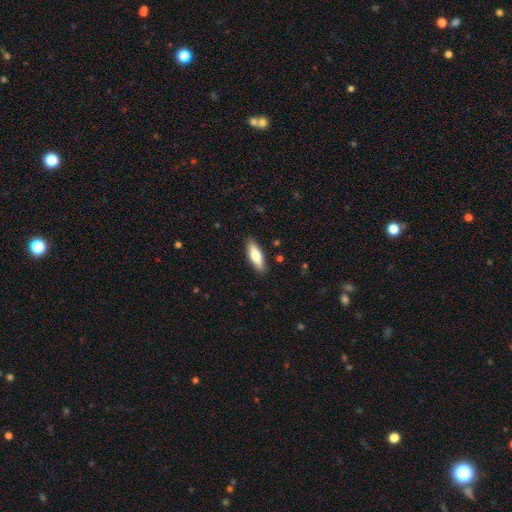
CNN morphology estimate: A smooth galaxy with no disk features (69%) that is in between round and cigar-shaped (56%). Merging: none (88%).